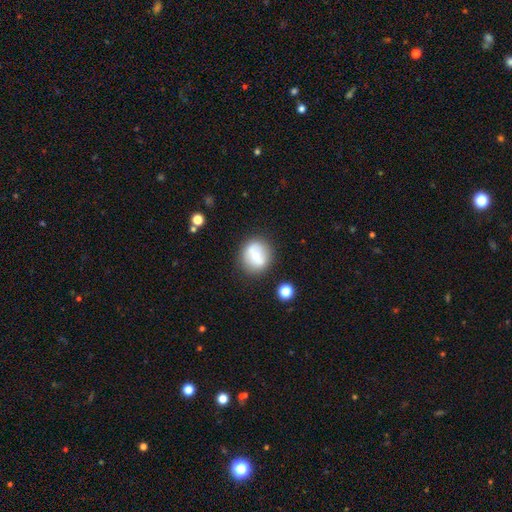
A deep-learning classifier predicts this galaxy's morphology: Q: Smooth or featured?
A: smooth (60%); runner-up: featured or disk (31%)
Q: How rounded?
A: round (81%); runner-up: in between (18%)
Q: Merging?
A: none (78%); runner-up: minor disturbance (12%)